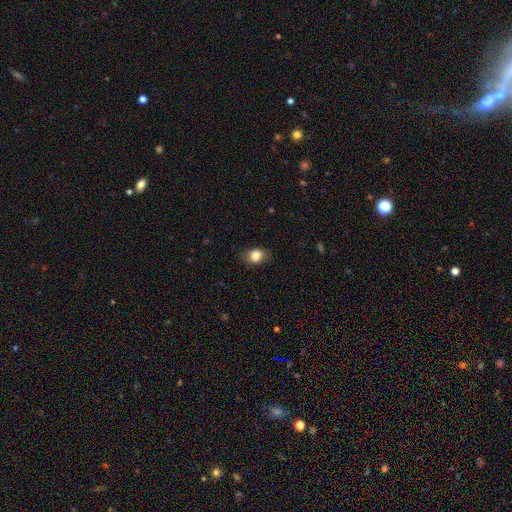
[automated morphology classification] This is clearly a smooth galaxy (83%). How rounded: possibly in between (58%). Merging: likely none (76%).